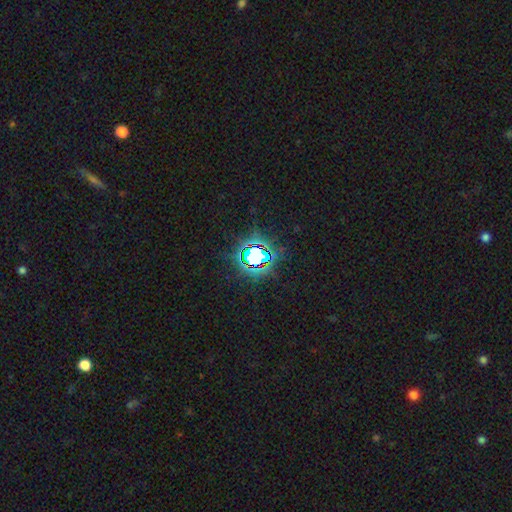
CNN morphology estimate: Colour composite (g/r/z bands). It shows a star or artifact, not a galaxy (78%).